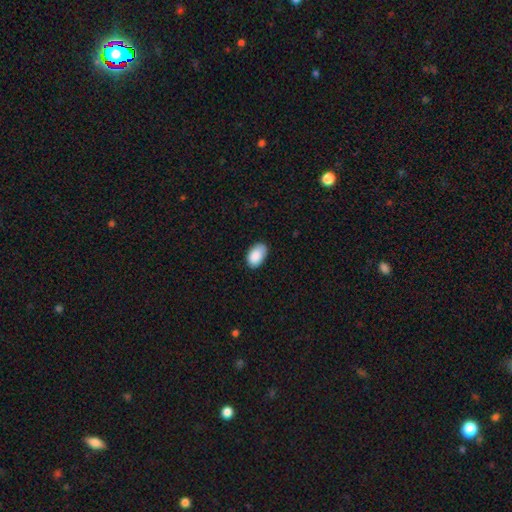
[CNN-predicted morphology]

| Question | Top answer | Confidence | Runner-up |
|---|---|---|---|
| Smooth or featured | smooth | 89% | star or artifact (7%) |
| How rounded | in between | 93% | round (6%) |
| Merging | none | 77% | minor disturbance (19%) |